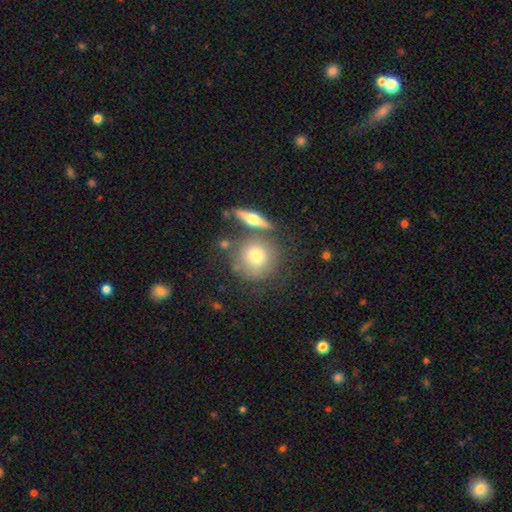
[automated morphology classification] Overall: smooth (69%). How rounded: round (87%). Merging: none (65%).